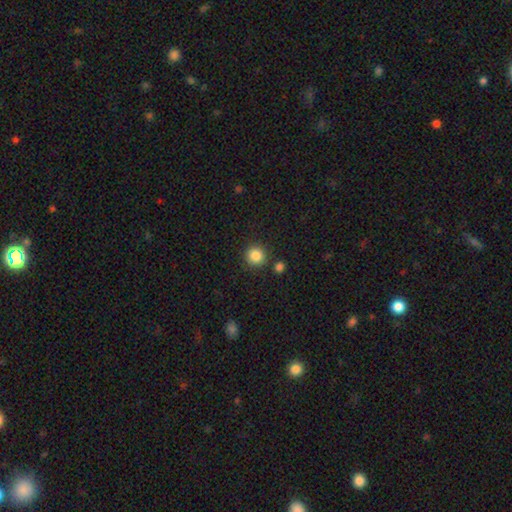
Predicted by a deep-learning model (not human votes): The model was most divided on "smooth or featured": smooth: 86%, star or artifact: 10%, featured or disk: 4%. More confident: how rounded — round (92%); merging — none (85%).